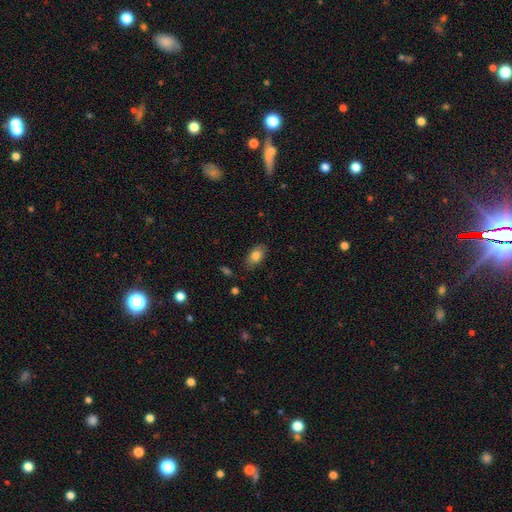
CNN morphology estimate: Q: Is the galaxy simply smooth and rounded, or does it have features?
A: smooth — 81%.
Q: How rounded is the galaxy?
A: in between — 91%.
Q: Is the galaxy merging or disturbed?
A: none — 82%.